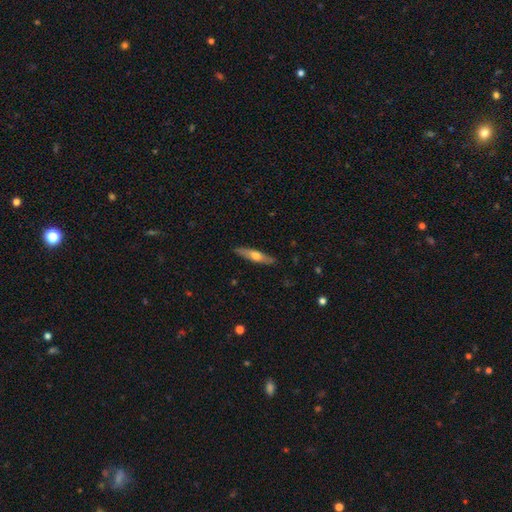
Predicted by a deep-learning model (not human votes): This is possibly a smooth galaxy (48%). Merging: clearly none (87%).